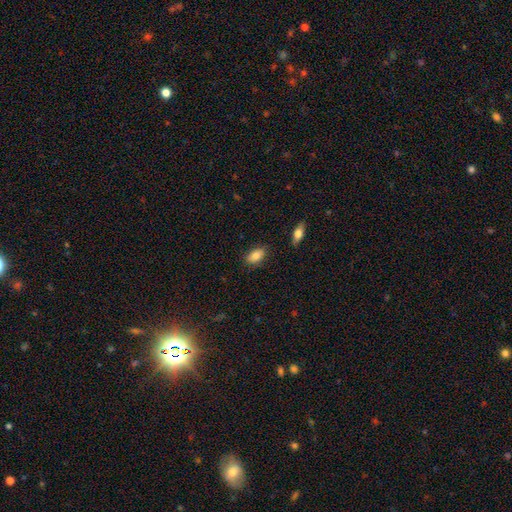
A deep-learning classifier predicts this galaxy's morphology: smooth-or-featured: smooth: 84% | featured or disk: 9% | star or artifact: 7%
  how-rounded: in between: 90% | round: 5% | cigar-shaped: 4%
  merging: none: 84% | minor disturbance: 12% | major disturbance: 2% | merger: 2%